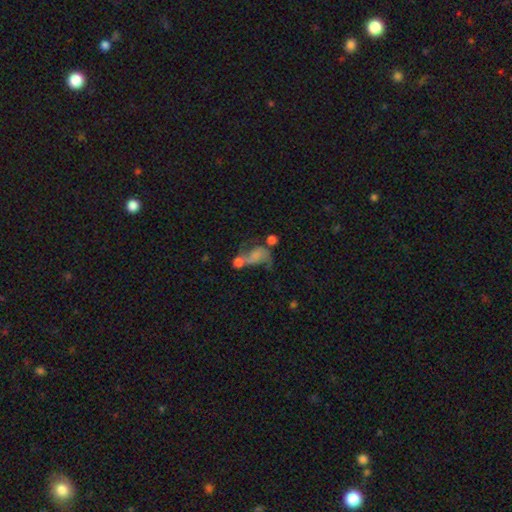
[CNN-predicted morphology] smooth_or_featured: featured or disk (p=0.48) [alt: smooth p=0.39]
merging: merger (p=0.40) [alt: major disturbance p=0.25]